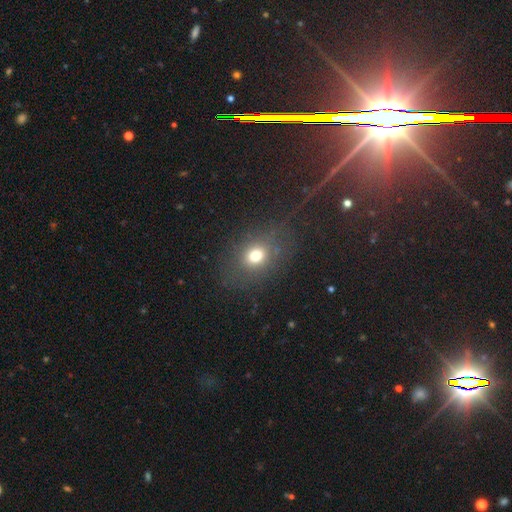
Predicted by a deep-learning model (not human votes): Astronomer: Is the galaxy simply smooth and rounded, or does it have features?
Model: smooth — 72%.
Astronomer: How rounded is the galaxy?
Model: in between — 49%, tied with round at 49%.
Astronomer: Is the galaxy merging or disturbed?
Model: none — 72%.